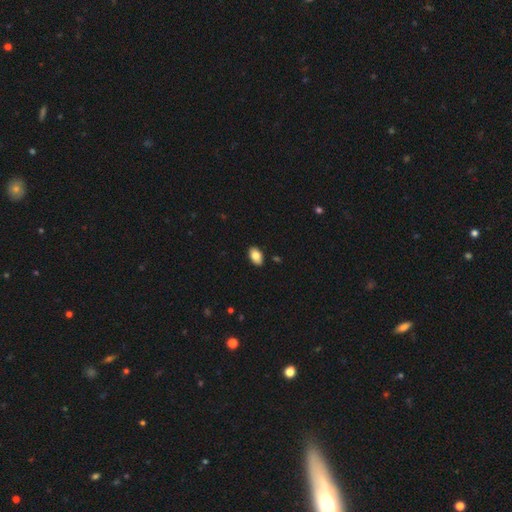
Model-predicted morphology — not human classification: Smooth or featured?
  - smooth: 84% *
  - featured or disk: 9%
  - star or artifact: 7%
How rounded?
  - in between: 92% *
  - round: 7%
  - cigar-shaped: 1%
Merging?
  - none: 89% *
  - minor disturbance: 8%
  - major disturbance: 2%
  - merger: 1%